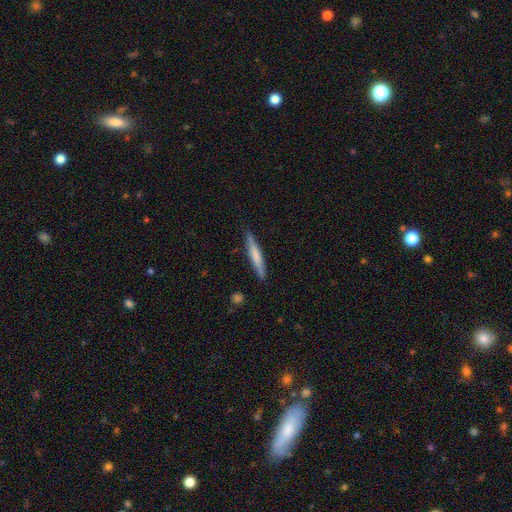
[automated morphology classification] A smooth galaxy with no disk features (58%) that is cigar-shaped (93%). Merging: none (87%).